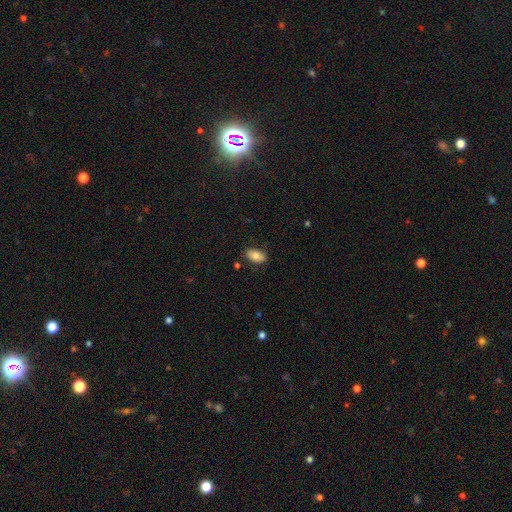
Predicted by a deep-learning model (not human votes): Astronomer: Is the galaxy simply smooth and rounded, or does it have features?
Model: smooth — 79%.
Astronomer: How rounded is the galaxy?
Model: in between — 93%.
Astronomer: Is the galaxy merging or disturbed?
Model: none — 83%.